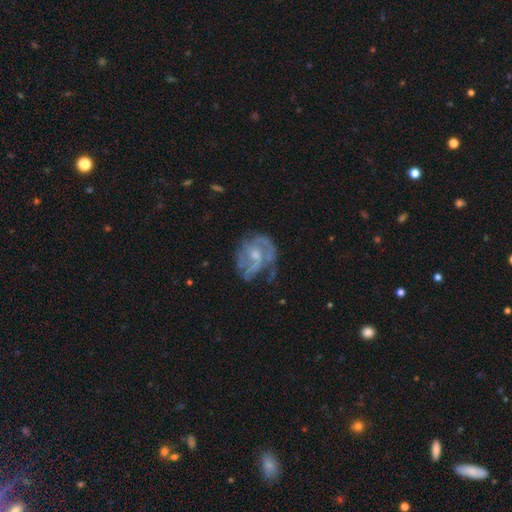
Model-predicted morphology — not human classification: Overall: featured or disk (78%). Edge-on disk: no (98%). Bar: no (61%; weak 34%). Spiral arms: yes (84%). Spiral arm count: 2 (40%; can't tell 28%). Spiral winding: medium (43%; tight 37%). Bulge size: moderate (47%; small 45%). Merging: none (48%; minor disturbance 25%).